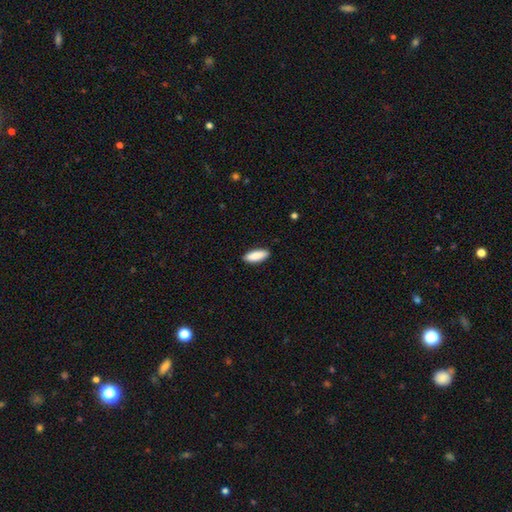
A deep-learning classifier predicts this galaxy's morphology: This is clearly a smooth galaxy (89%). How rounded: likely in between (70%). Merging: clearly none (89%).